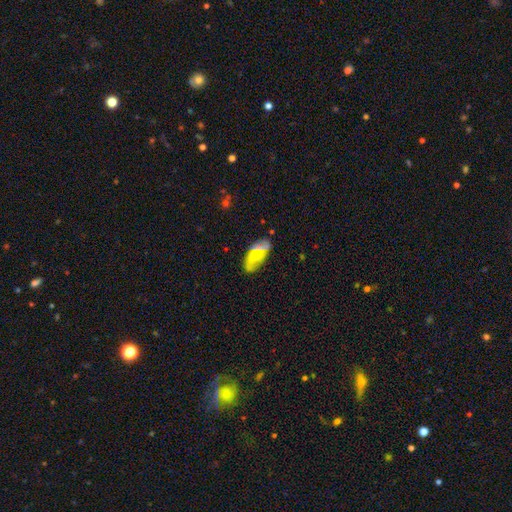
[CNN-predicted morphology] smooth_or_featured: smooth (p=0.57) [alt: featured or disk p=0.30]
how_rounded: in between (p=0.90) [alt: cigar-shaped p=0.07]
merging: none (p=0.60) [alt: minor disturbance p=0.23]